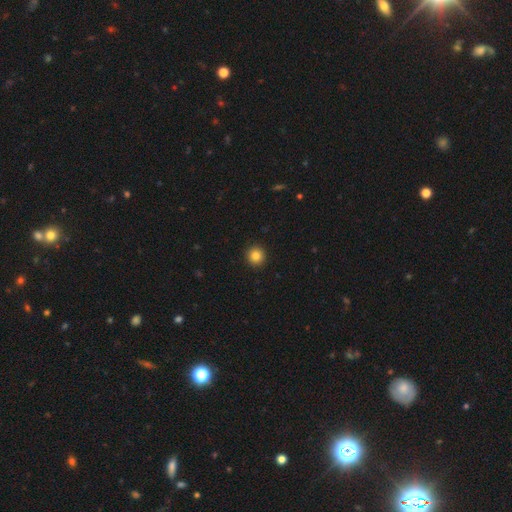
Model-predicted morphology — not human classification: A smooth galaxy with no disk features (85%) that is round (94%). Merging: none (93%).